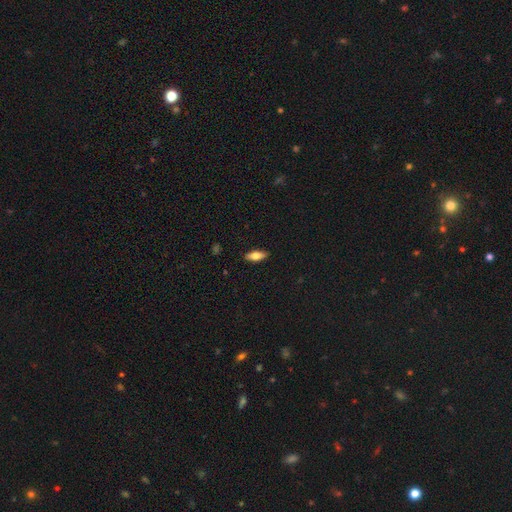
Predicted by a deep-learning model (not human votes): A smooth galaxy with no disk features (70%) that is in between round and cigar-shaped (73%). Merging: none (89%).